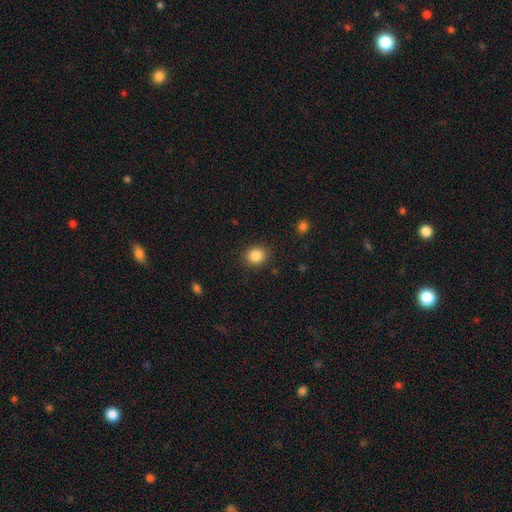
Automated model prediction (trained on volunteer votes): Smooth or featured: smooth — 85% (star or artifact — 10%)
How rounded: round — 75% (in between — 24%)
Merging: none — 89% (minor disturbance — 7%)